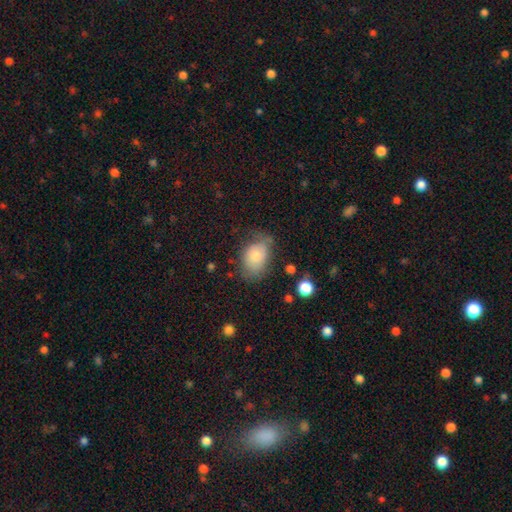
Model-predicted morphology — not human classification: Smooth or featured? Predicted: smooth (p=0.75). How rounded? Predicted: in between (p=0.79). Merging? Predicted: none (p=0.52).